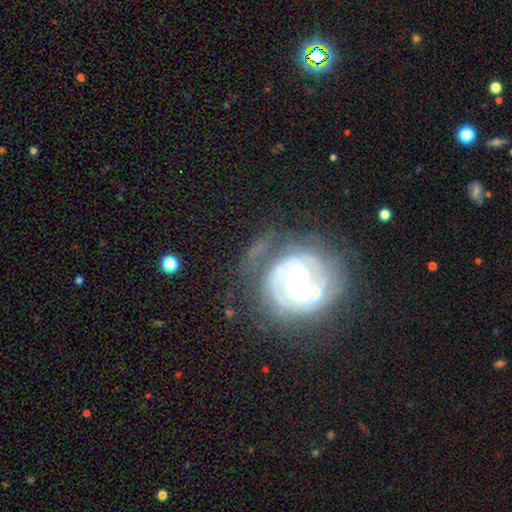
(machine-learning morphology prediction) Smooth or featured? Predicted: featured or disk (p=0.83). Edge-on disk? Predicted: no (p=0.97). Bar? Predicted: weak (p=0.42). Spiral arms? Predicted: yes (p=0.93). Spiral winding? Predicted: tight (p=0.63). Spiral arm count? Predicted: 2 (p=0.53). Bulge size? Predicted: small (p=0.52). Merging? Predicted: none (p=0.61).